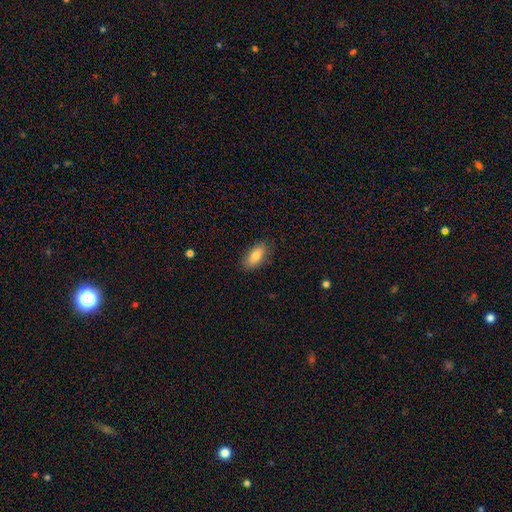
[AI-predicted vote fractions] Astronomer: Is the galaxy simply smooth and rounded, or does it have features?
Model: smooth — 80%.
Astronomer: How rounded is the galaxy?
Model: in between — 87%.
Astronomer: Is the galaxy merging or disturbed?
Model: none — 85%.